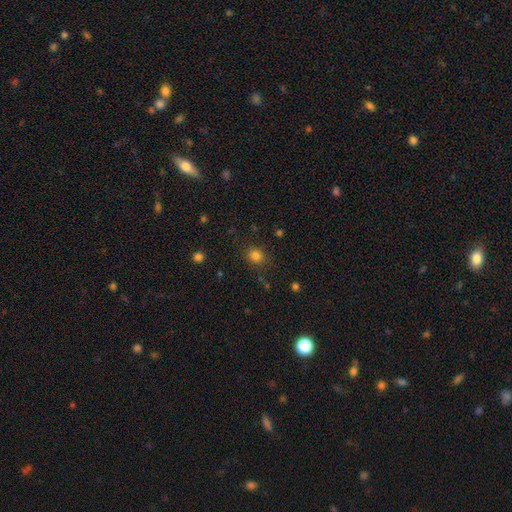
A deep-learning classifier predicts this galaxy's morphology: Q: Smooth or featured?
A: smooth (81%); runner-up: star or artifact (14%)
Q: How rounded?
A: round (77%); runner-up: in between (22%)
Q: Merging?
A: none (85%); runner-up: minor disturbance (10%)